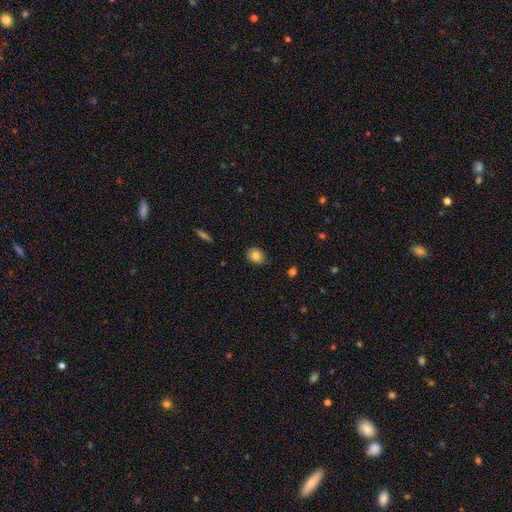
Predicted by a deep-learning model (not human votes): A smooth galaxy with no disk features (83%) that is round (64%).

Vote fractions:
- Smooth or featured? smooth: 83% / star or artifact: 9% / featured or disk: 8%
- How rounded? round: 64% / in between: 35% / cigar-shaped: 1%
- Merging? none: 86% / minor disturbance: 11% / major disturbance: 2% / merger: 1%